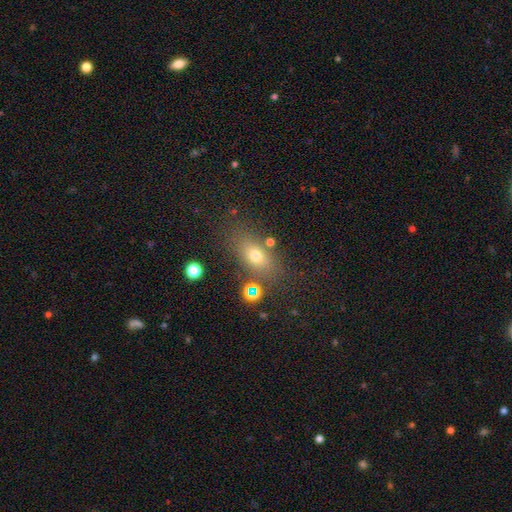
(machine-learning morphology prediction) Q: Smooth or featured?
A: smooth (67%); runner-up: featured or disk (17%)
Q: How rounded?
A: in between (73%); runner-up: round (19%)
Q: Merging?
A: none (75%); runner-up: minor disturbance (13%)